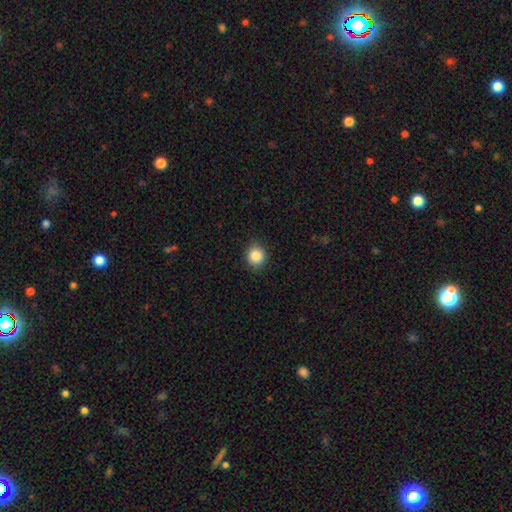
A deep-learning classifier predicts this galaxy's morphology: Smooth or featured: smooth — 86% (star or artifact — 10%)
How rounded: round — 84% (in between — 15%)
Merging: none — 89% (minor disturbance — 7%)